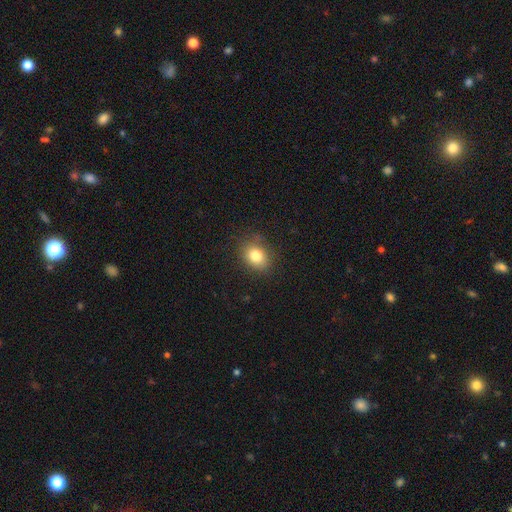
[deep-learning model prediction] Smooth or featured?
  - smooth: 81% *
  - star or artifact: 11%
  - featured or disk: 8%
How rounded?
  - in between: 51% *
  - round: 48%
  - cigar-shaped: 1%
Merging?
  - none: 82% *
  - minor disturbance: 13%
  - major disturbance: 4%
  - merger: 1%